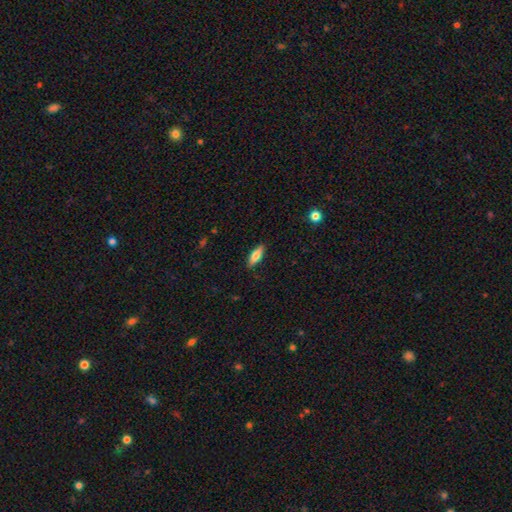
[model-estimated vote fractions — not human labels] This is likely a smooth galaxy (67%). How rounded: possibly in between (57%). Merging: clearly none (88%).